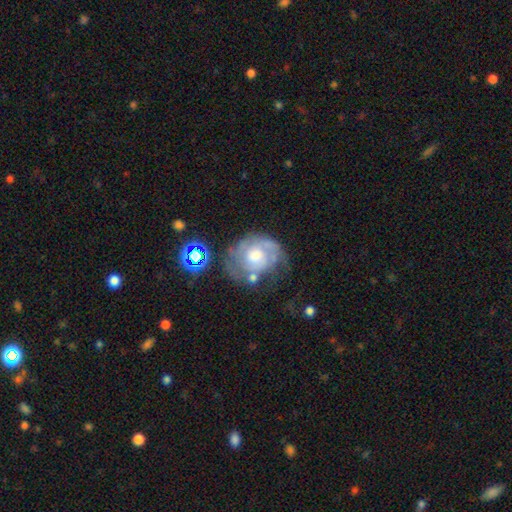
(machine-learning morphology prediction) smooth_or_featured: featured or disk (p=0.69) [alt: smooth p=0.21]
disk_edge_on: no (p=0.97) [alt: yes p=0.03]
bar: no (p=0.76) [alt: weak p=0.21]
has_spiral_arms: yes (p=0.79) [alt: no p=0.21]
spiral_winding: tight (p=0.54) [alt: medium p=0.32]
spiral_arm_count: can't tell (p=0.38) [alt: 2 p=0.33]
bulge_size: moderate (p=0.58) [alt: large p=0.20]
merging: none (p=0.46) [alt: minor disturbance p=0.25]